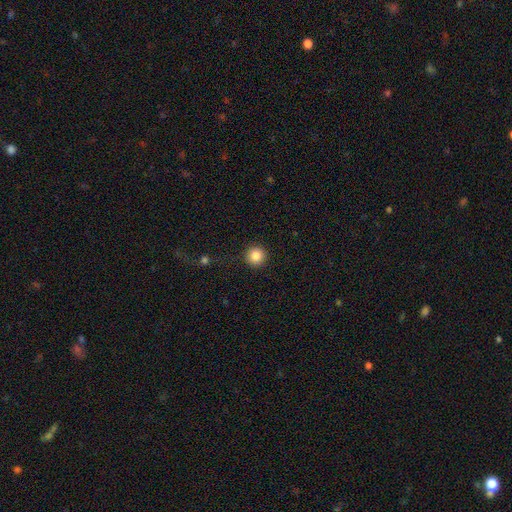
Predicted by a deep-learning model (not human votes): Overall: smooth (85%). How rounded: round (96%). Merging: none (92%).